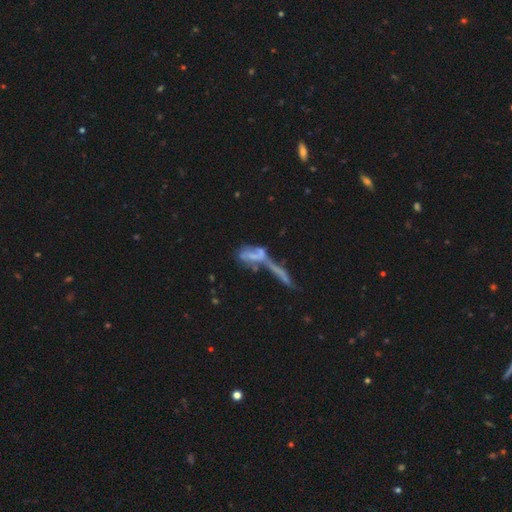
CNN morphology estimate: The model was most divided on "smooth or featured": featured or disk: 50%, smooth: 36%, star or artifact: 13%. More confident: edge-on disk — no (79%); merging — merger (63%).